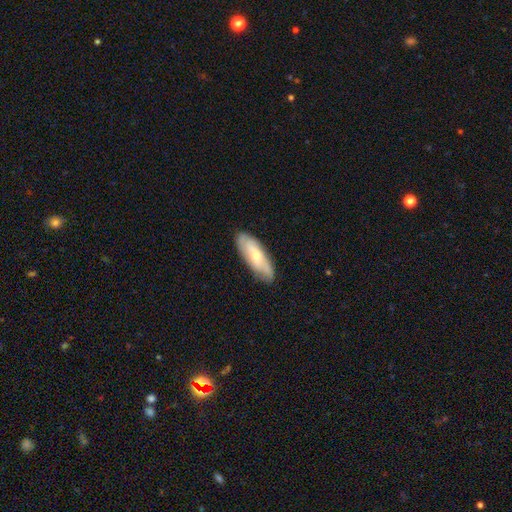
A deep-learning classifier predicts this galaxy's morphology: smooth 48%, featured or disk 46%, star or artifact 6%. Down the decision tree: merging — none (82%).